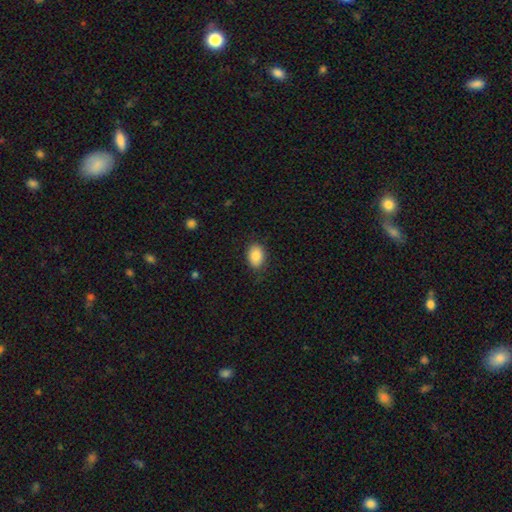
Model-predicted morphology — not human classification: Smooth or featured: smooth — 87% (star or artifact — 8%)
How rounded: in between — 82% (round — 17%)
Merging: none — 83% (minor disturbance — 13%)